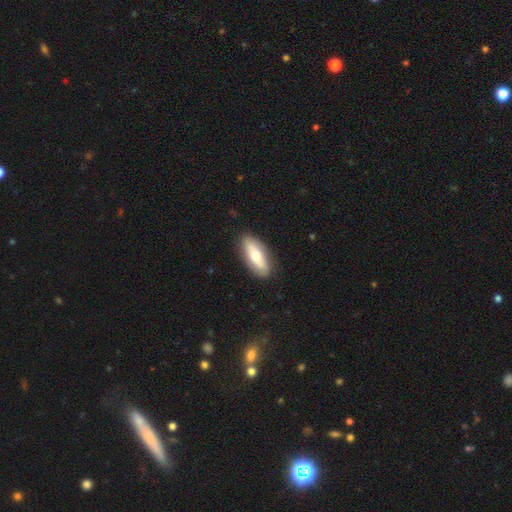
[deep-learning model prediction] Q: Smooth or featured?
A: smooth (59%); runner-up: featured or disk (35%)
Q: How rounded?
A: in between (74%); runner-up: cigar-shaped (23%)
Q: Merging?
A: none (88%); runner-up: minor disturbance (9%)